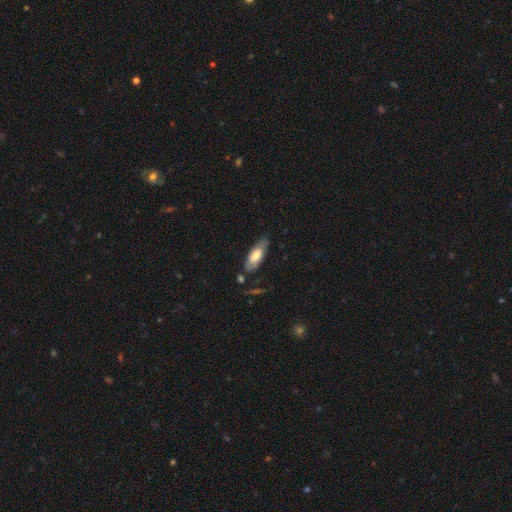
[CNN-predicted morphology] Smooth or featured?
  - smooth: 61% *
  - featured or disk: 33%
  - star or artifact: 6%
How rounded?
  - in between: 72% *
  - cigar-shaped: 26%
  - round: 2%
Merging?
  - none: 67% *
  - minor disturbance: 23%
  - major disturbance: 6%
  - merger: 5%